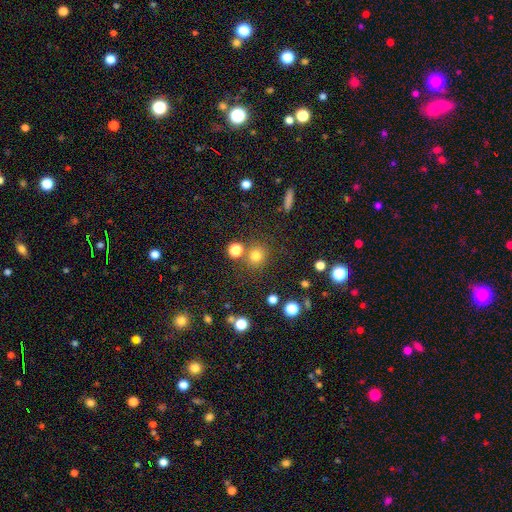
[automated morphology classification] smooth_or_featured: smooth (p=0.76) [alt: star or artifact p=0.17]
how_rounded: round (p=0.88) [alt: in between p=0.11]
merging: none (p=0.76) [alt: merger p=0.11]